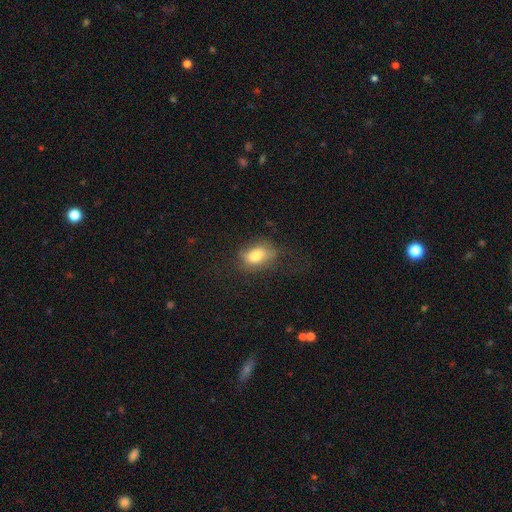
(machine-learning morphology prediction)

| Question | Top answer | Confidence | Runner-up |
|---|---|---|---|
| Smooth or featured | smooth | 75% | featured or disk (16%) |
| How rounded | in between | 80% | round (17%) |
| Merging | none | 59% | minor disturbance (25%) |